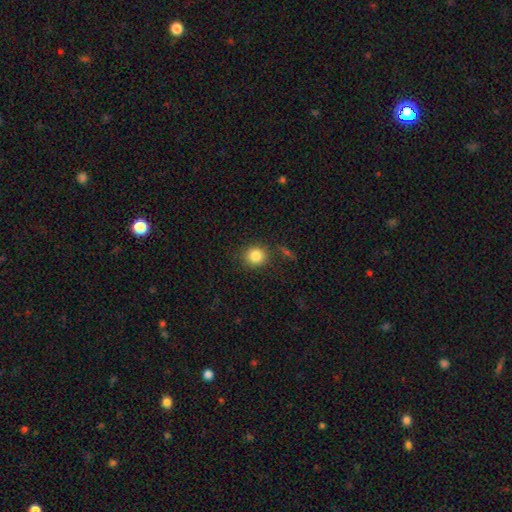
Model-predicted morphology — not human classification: type=smooth (84%); roundness=round (87%); merging=none (84%).